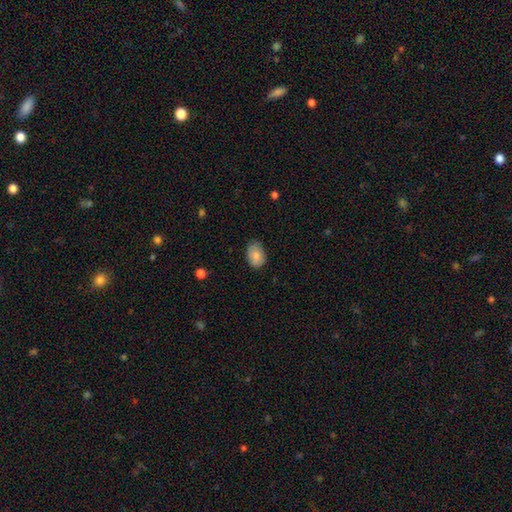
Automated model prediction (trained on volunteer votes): A smooth galaxy with no disk features (84%) that is in between round and cigar-shaped (84%).

Vote fractions:
- Smooth or featured? smooth: 84% / featured or disk: 9% / star or artifact: 7%
- How rounded? in between: 84% / round: 15% / cigar-shaped: 1%
- Merging? none: 73% / minor disturbance: 22% / major disturbance: 4% / merger: 1%